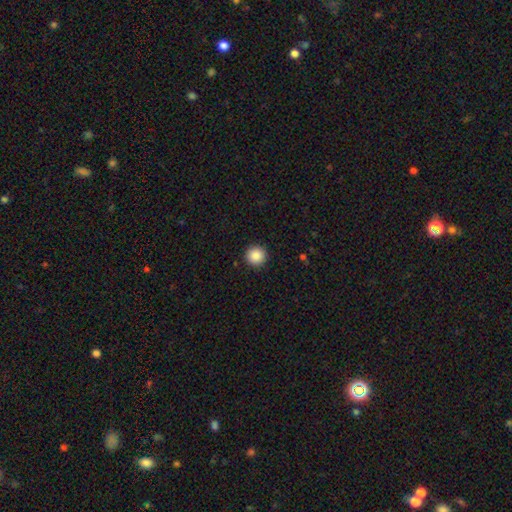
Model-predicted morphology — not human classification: Smooth or featured? Predicted: smooth (p=0.88). How rounded? Predicted: round (p=0.96). Merging? Predicted: none (p=0.93).